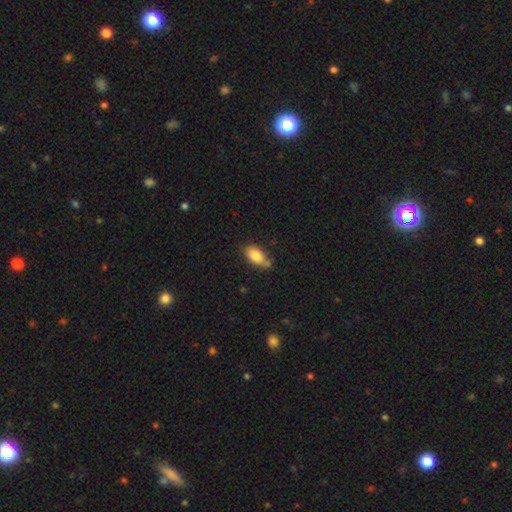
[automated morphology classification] Smooth or featured? Predicted: smooth (p=0.80). How rounded? Predicted: in between (p=0.89). Merging? Predicted: none (p=0.63).